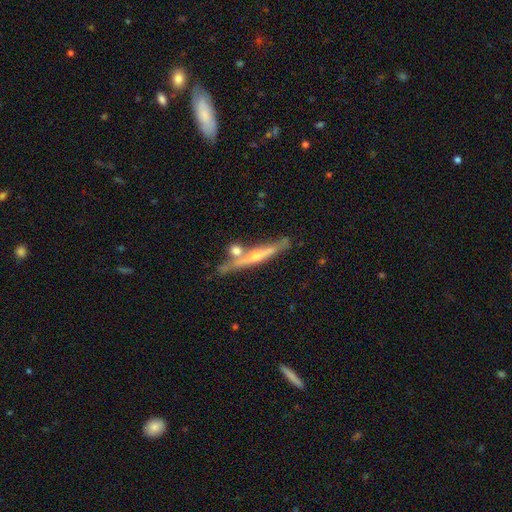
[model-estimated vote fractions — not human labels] Morphology: type=featured or disk (73%); edge-on=yes (94%); edge-on bulge=rounded (78%); merging=none (70%).